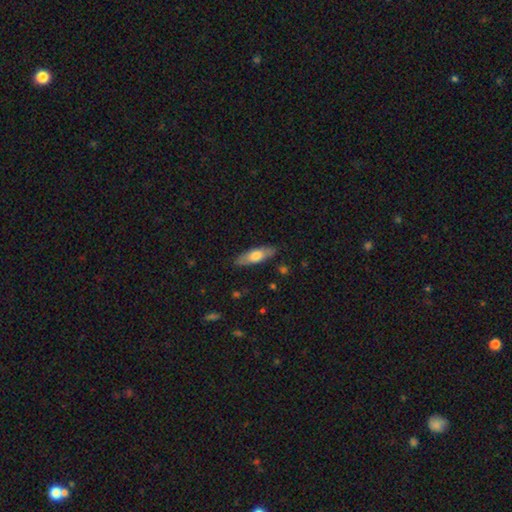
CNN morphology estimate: smooth_or_featured: smooth (p=0.62) [alt: featured or disk p=0.32]
how_rounded: in between (p=0.54) [alt: cigar-shaped p=0.43]
merging: none (p=0.85) [alt: minor disturbance p=0.12]